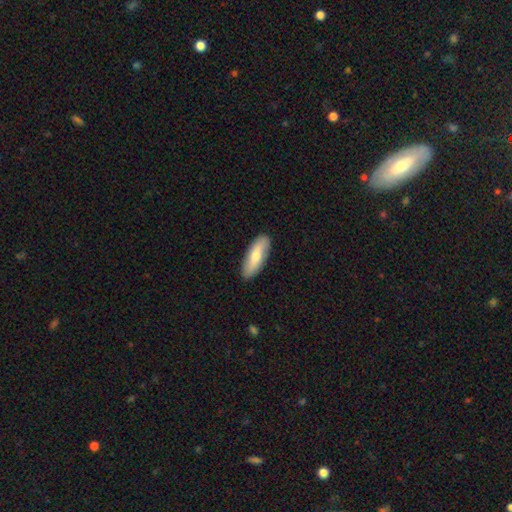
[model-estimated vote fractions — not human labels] This appears to be a smooth galaxy with no disk features (69%) that is in between round and cigar-shaped (63%). Merging: none (89%).